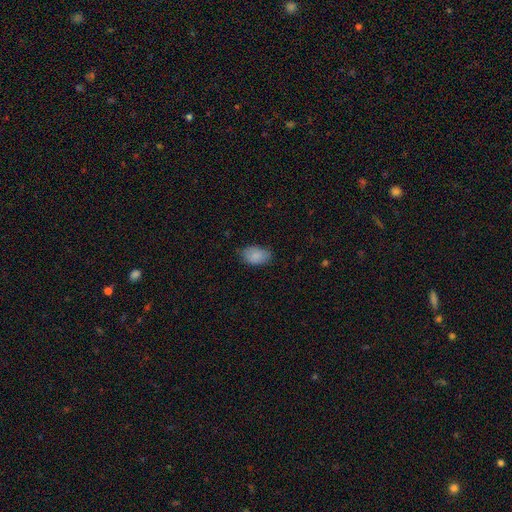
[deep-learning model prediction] Overall: smooth (87%). How rounded: in between (89%). Merging: none (73%).